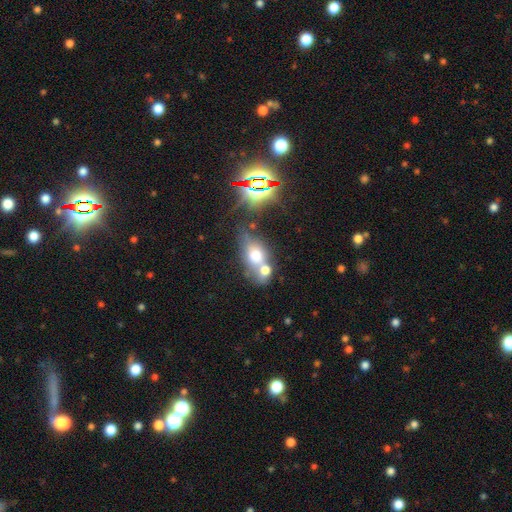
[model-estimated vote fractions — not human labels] smooth_or_featured: smooth (p=0.60) [alt: featured or disk p=0.23]
how_rounded: in between (p=0.68) [alt: round p=0.27]
merging: merger (p=0.54) [alt: none p=0.30]